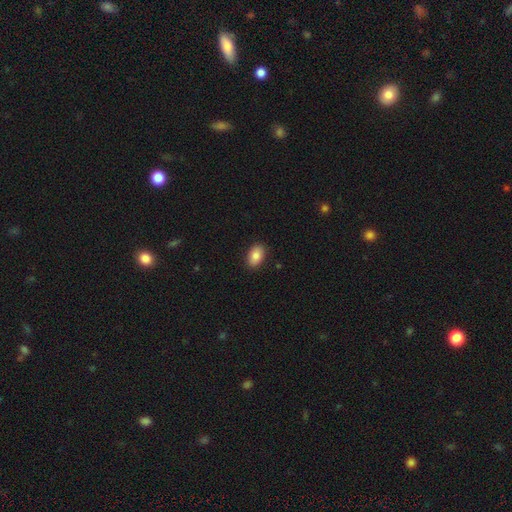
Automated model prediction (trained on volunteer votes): A smooth galaxy with no disk features (87%) that is in between round and cigar-shaped (91%).

Vote fractions:
- Smooth or featured? smooth: 87% / star or artifact: 7% / featured or disk: 6%
- How rounded? in between: 91% / round: 8% / cigar-shaped: 1%
- Merging? none: 89% / minor disturbance: 8% / major disturbance: 2% / merger: 1%